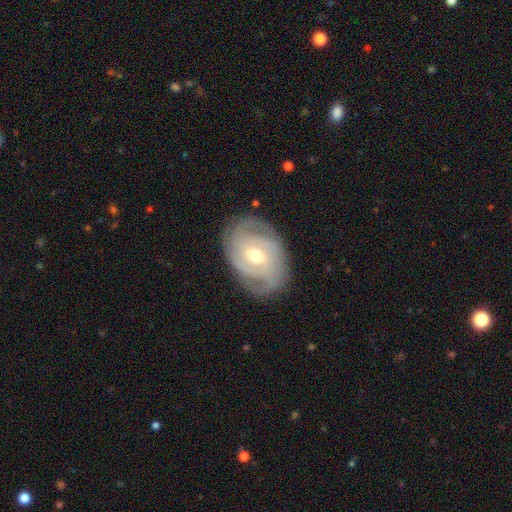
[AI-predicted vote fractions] Q: Smooth or featured?
A: featured or disk (85%); runner-up: smooth (10%)
Q: Edge-on disk?
A: no (96%); runner-up: yes (4%)
Q: Bar?
A: weak (44%); runner-up: no (43%)
Q: Spiral arms?
A: yes (95%); runner-up: no (5%)
Q: Spiral winding?
A: tight (62%); runner-up: medium (31%)
Q: Spiral arm count?
A: 3 (31%); runner-up: 2 (27%)
Q: Bulge size?
A: moderate (60%); runner-up: small (36%)
Q: Merging?
A: none (78%); runner-up: minor disturbance (16%)